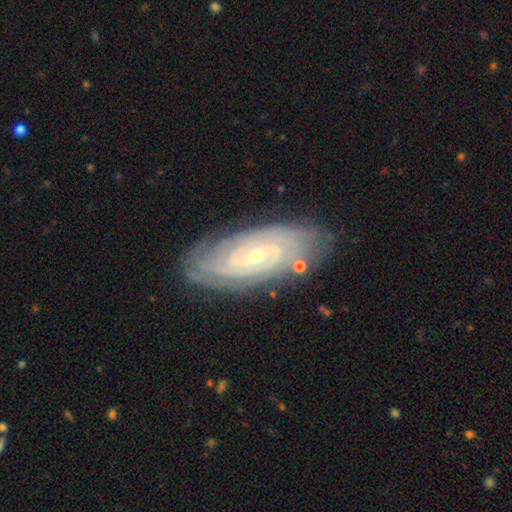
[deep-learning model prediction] The model was most divided on "spiral arm count": can't tell: 32%, 2: 21%, 4: 17%, 3: 15%, more than 4: 9%, 1: 6%. More confident: spiral arms — yes (97%); edge-on disk — no (93%); smooth or featured — featured or disk (87%); merging — none (81%); spiral winding — tight (81%); bulge size — small (73%); bar — no (54%).